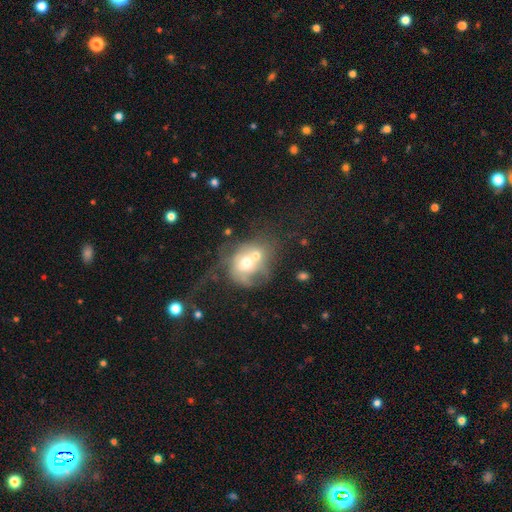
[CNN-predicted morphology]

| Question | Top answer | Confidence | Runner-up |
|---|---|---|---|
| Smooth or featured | featured or disk | 48% | smooth (40%) |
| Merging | merger | 56% | major disturbance (18%) |